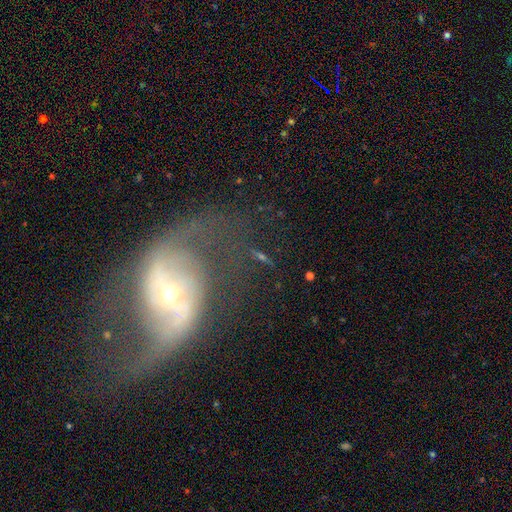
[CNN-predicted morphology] Overall: featured or disk (84%). Edge-on disk: no (96%). Bar: no (35%; strong 33%). Spiral arms: yes (91%). Spiral arm count: 2 (90%). Spiral winding: loose (56%; medium 34%). Bulge size: small (60%; moderate 35%). Merging: none (61%).